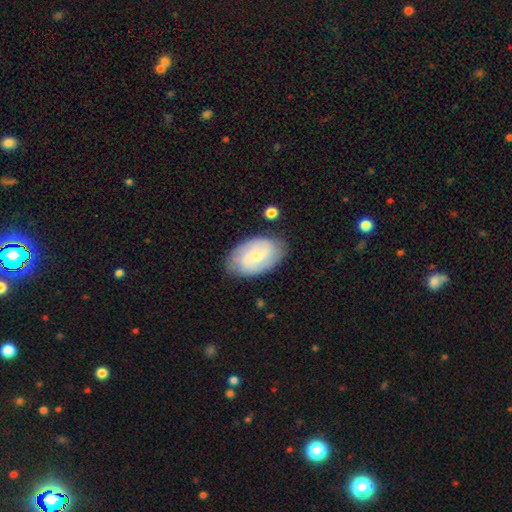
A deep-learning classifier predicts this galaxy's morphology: smooth_or_featured: featured or disk (p=0.63) [alt: smooth p=0.31]
disk_edge_on: no (p=0.96) [alt: yes p=0.04]
bar: no (p=0.55) [alt: weak p=0.39]
has_spiral_arms: yes (p=0.90) [alt: no p=0.10]
spiral_winding: medium (p=0.42) [tied with: tight p=0.42]
spiral_arm_count: 2 (p=0.56) [alt: can't tell p=0.23]
bulge_size: small (p=0.69) [alt: moderate p=0.25]
merging: none (p=0.80) [alt: minor disturbance p=0.14]